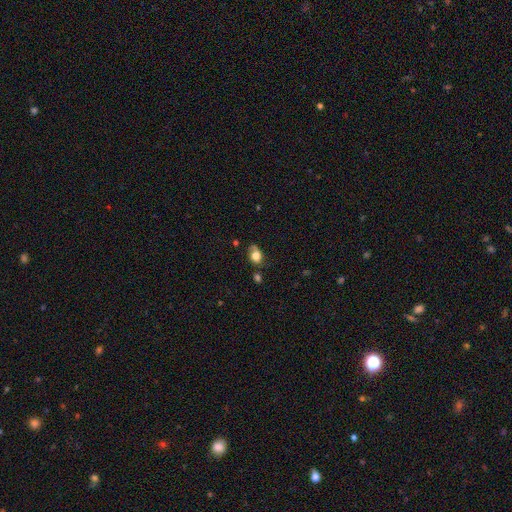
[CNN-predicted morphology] smooth-or-featured: smooth: 73% | featured or disk: 17% | star or artifact: 10%
  how-rounded: in between: 66% | round: 32% | cigar-shaped: 2%
  merging: none: 47% | minor disturbance: 33% | major disturbance: 14% | merger: 7%